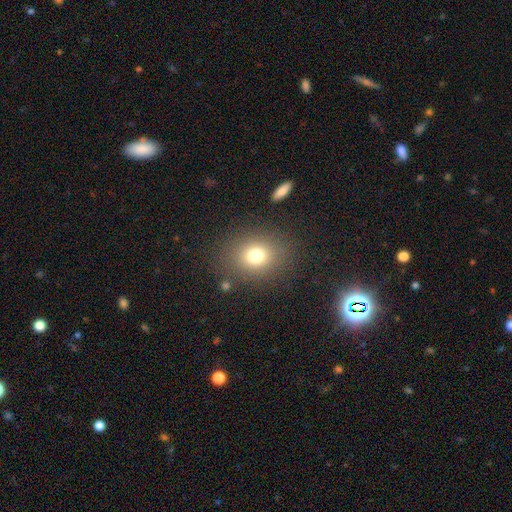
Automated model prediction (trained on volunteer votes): The model was most divided on "how rounded": round: 59%, in between: 40%, cigar-shaped: 1%. More confident: merging — none (83%); smooth or featured — smooth (75%).